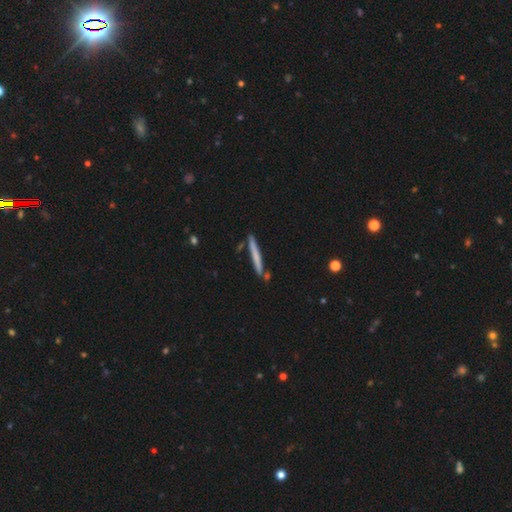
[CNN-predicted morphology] Q: Smooth or featured?
A: smooth (61%); runner-up: featured or disk (33%)
Q: How rounded?
A: cigar-shaped (97%); runner-up: in between (2%)
Q: Merging?
A: none (84%); runner-up: minor disturbance (9%)